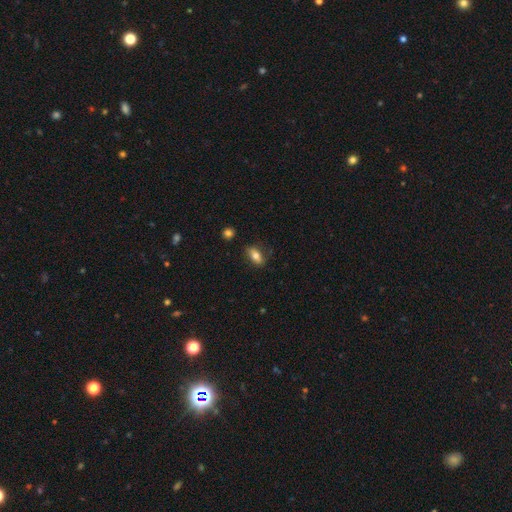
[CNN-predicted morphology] type=smooth (72%); roundness=in between (80%); merging=none (79%).